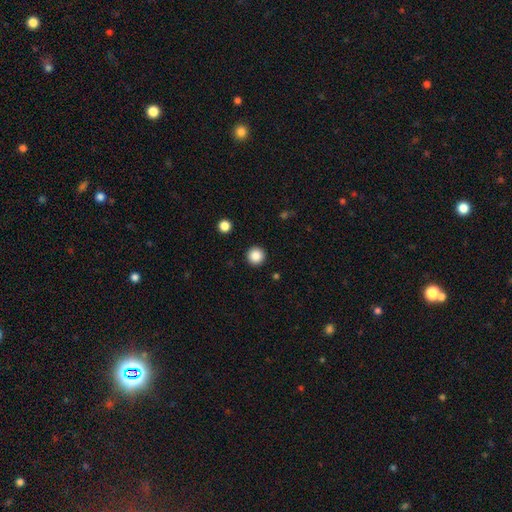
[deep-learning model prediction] Smooth or featured? smooth (87%)
How rounded? round (96%)
Merging? none (93%)